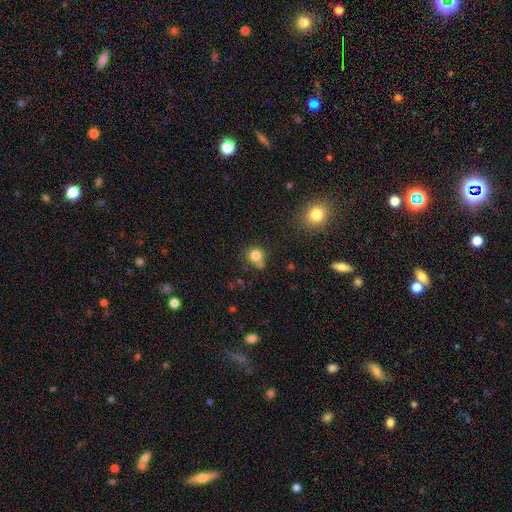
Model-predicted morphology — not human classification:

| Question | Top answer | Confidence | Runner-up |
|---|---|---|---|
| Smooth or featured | smooth | 81% | star or artifact (12%) |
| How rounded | round | 85% | in between (14%) |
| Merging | none | 61% | merger (21%) |